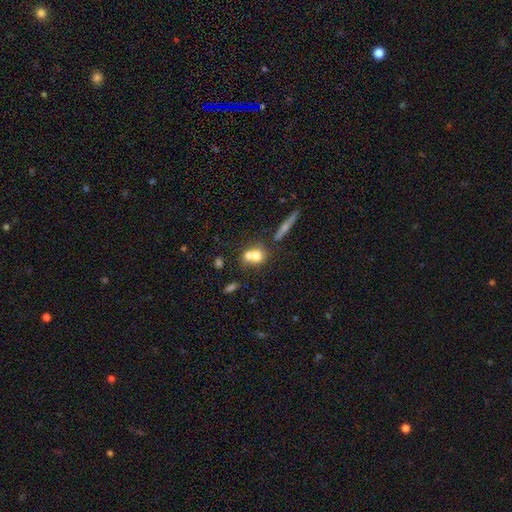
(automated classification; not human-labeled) This appears to be a smooth galaxy with no disk features (67%) that is round (69%). Merging: merger (58%).